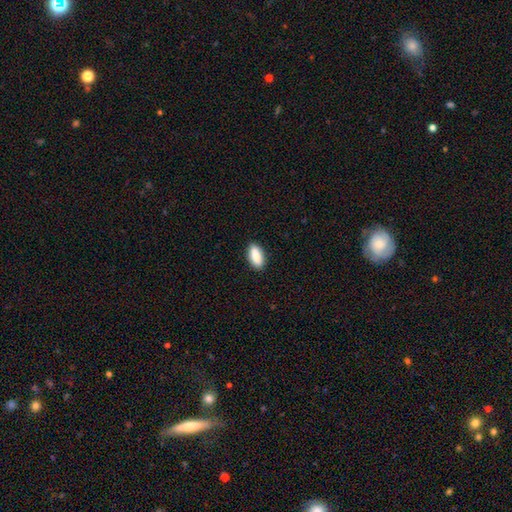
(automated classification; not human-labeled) Smooth or featured: smooth — 87% (star or artifact — 6%)
How rounded: in between — 85% (cigar-shaped — 12%)
Merging: none — 89% (minor disturbance — 8%)